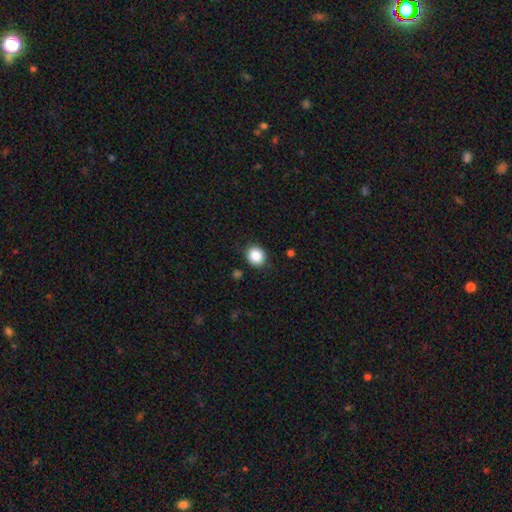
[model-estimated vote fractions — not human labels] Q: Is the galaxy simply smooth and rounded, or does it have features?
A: smooth — 86%.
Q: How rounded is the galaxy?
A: round — 83%.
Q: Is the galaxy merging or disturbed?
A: none — 88%.